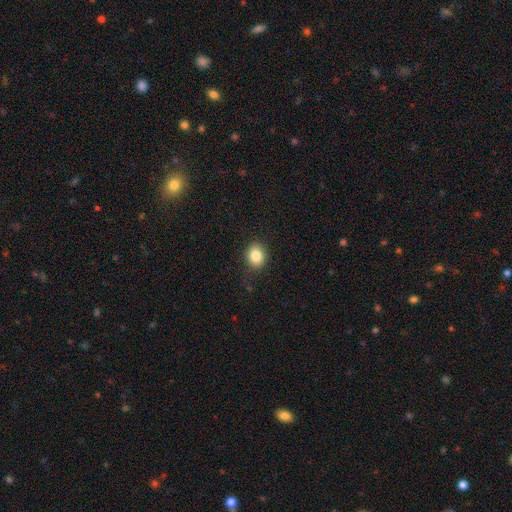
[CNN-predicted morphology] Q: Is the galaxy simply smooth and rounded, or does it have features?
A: smooth — 84%.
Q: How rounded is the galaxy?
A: round — 64%.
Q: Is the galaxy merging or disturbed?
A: none — 84%.